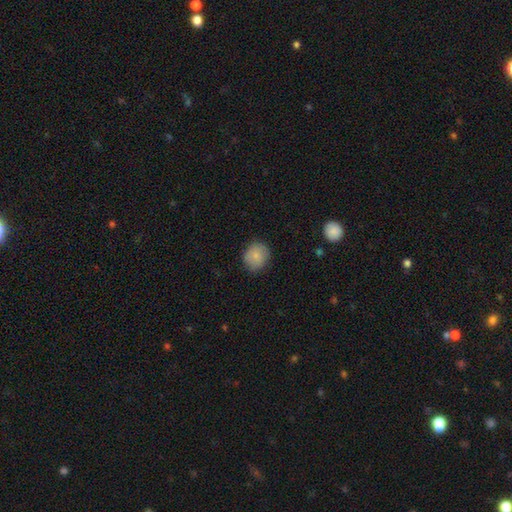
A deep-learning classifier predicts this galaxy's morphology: Smooth or featured: smooth — 84% (featured or disk — 8%)
How rounded: round — 79% (in between — 20%)
Merging: none — 84% (minor disturbance — 13%)